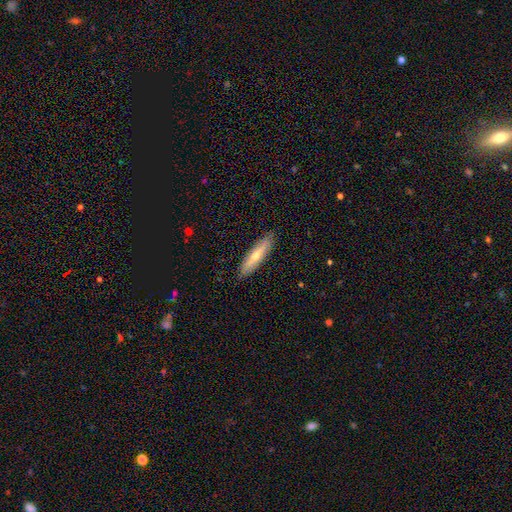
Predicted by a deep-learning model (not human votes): The model was most divided on "smooth or featured": smooth: 48%, featured or disk: 46%, star or artifact: 6%. More confident: merging — none (88%).